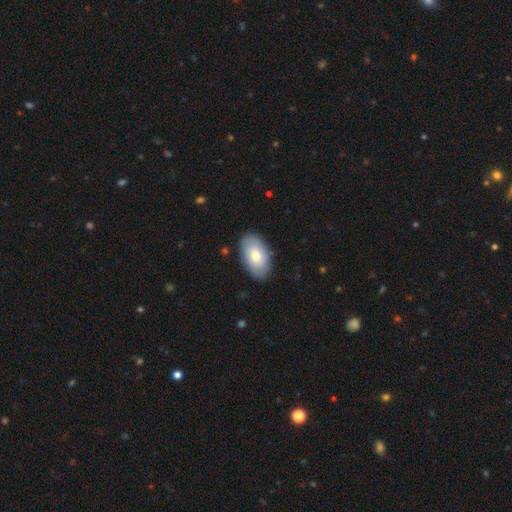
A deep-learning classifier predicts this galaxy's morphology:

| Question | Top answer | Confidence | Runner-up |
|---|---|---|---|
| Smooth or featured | smooth | 75% | featured or disk (20%) |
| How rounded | in between | 93% | round (6%) |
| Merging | none | 85% | minor disturbance (11%) |